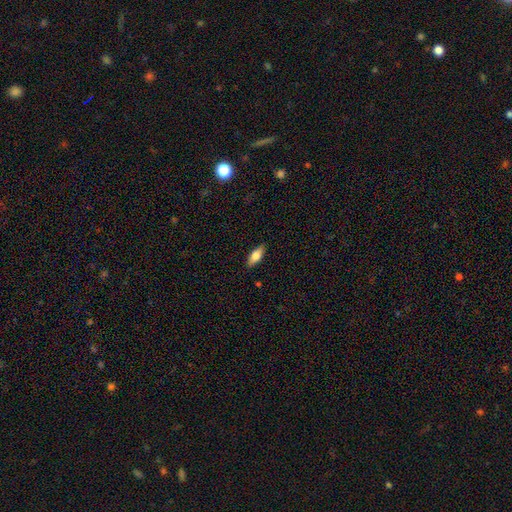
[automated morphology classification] A smooth galaxy with no disk features (72%) that is in between round and cigar-shaped (74%). Merging: none (87%).